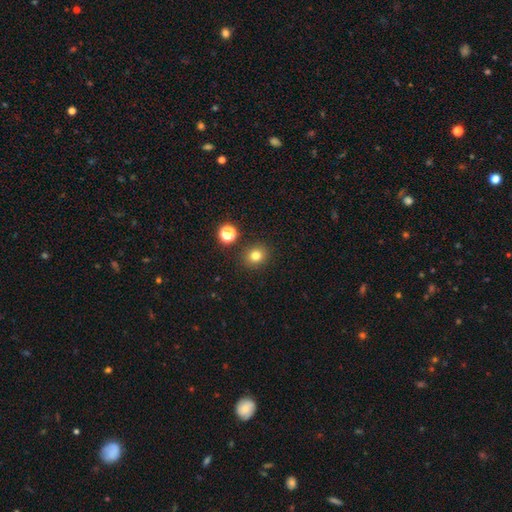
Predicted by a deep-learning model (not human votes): This is likely a smooth galaxy (79%). How rounded: likely round (78%). Merging: clearly none (88%).